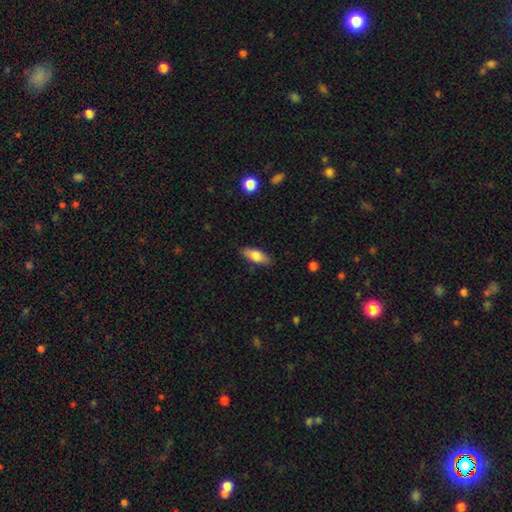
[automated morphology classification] A smooth galaxy with no disk features (77%) that is in between round and cigar-shaped (77%).

Vote fractions:
- Smooth or featured? smooth: 77% / featured or disk: 16% / star or artifact: 6%
- How rounded? in between: 77% / cigar-shaped: 21% / round: 3%
- Merging? none: 85% / minor disturbance: 11% / major disturbance: 2% / merger: 1%